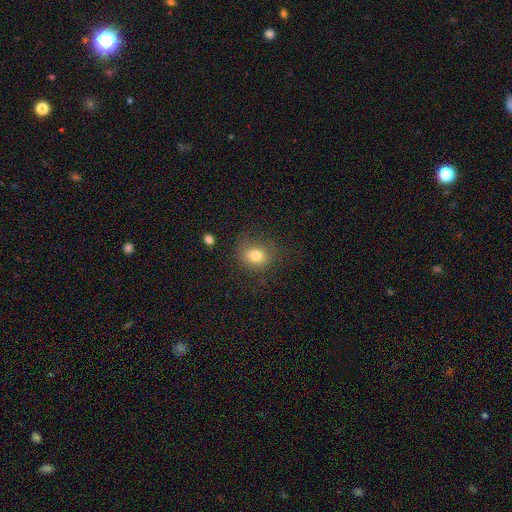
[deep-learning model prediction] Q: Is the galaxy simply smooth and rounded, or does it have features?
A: smooth — 79%.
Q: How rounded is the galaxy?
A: round — 65%.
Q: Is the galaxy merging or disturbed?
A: none — 77%.